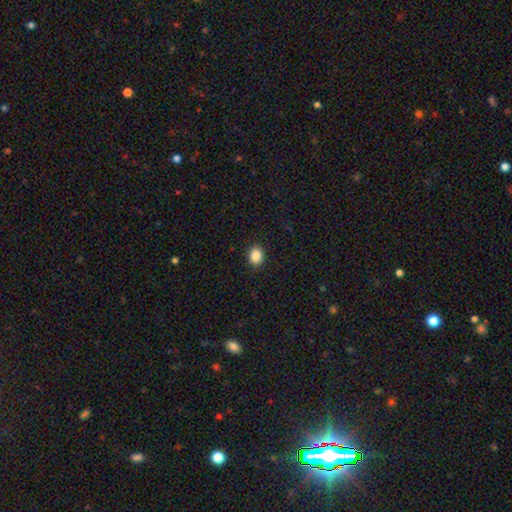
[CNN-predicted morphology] Overall: smooth (88%). How rounded: round (57%; in between 42%). Merging: none (90%).